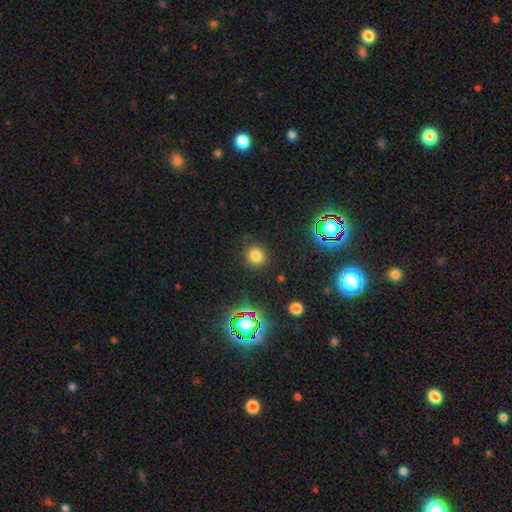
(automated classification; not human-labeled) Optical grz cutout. It shows a smooth galaxy with no disk features (74%) that is round (89%). Merging: none (88%).